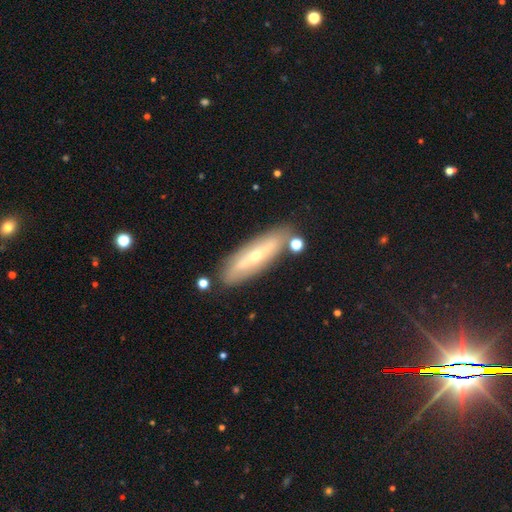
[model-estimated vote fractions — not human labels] This is likely a featured or disk galaxy (63%). It is possibly viewed edge-on (53%). Merging: clearly none (81%).